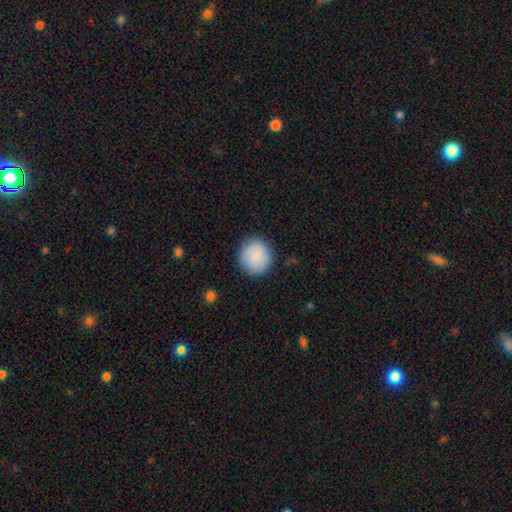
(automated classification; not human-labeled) The model was most divided on "smooth or featured": smooth: 78%, featured or disk: 16%, star or artifact: 6%. More confident: how rounded — round (91%); merging — none (86%).